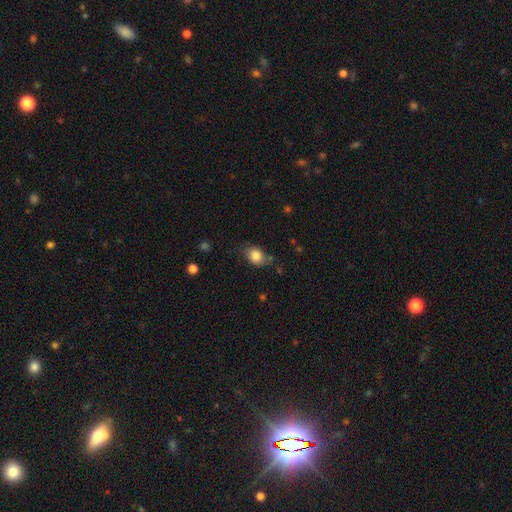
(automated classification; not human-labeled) Overall: smooth (83%). How rounded: in between (64%; round 35%). Merging: none (69%).